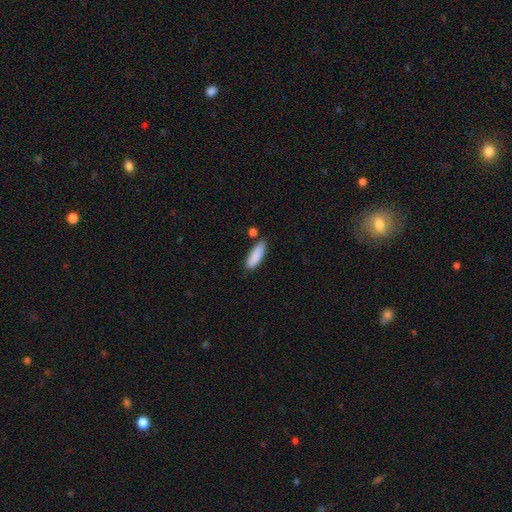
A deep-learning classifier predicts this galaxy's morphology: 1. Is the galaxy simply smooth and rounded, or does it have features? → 88% smooth, 6% star or artifact, 6% featured or disk.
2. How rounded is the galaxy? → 62% in between, 36% cigar-shaped, 2% round.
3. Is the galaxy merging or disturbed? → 76% none, 15% minor disturbance, 6% merger, 3% major disturbance.